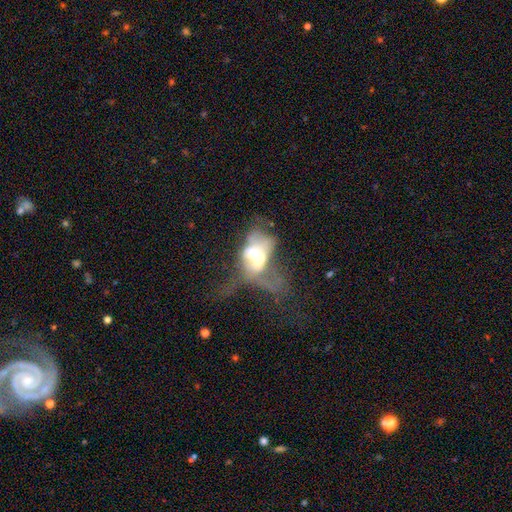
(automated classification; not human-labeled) Smooth or featured? Predicted: featured or disk (p=0.50). Edge-on disk? Predicted: no (p=0.94). Merging? Predicted: merger (p=0.55).